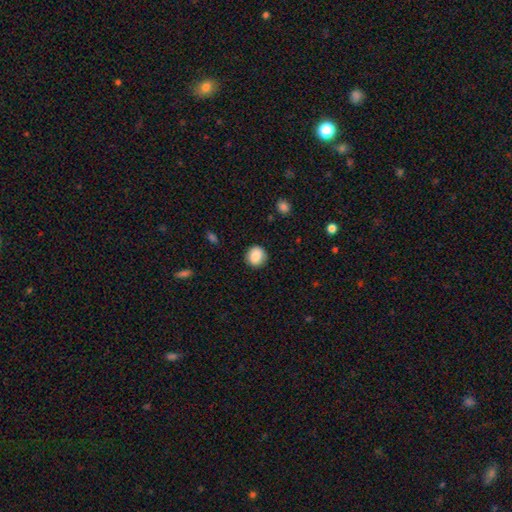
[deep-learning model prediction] Smooth or featured? Predicted: smooth (p=0.86). How rounded? Predicted: round (p=0.87). Merging? Predicted: none (p=0.88).